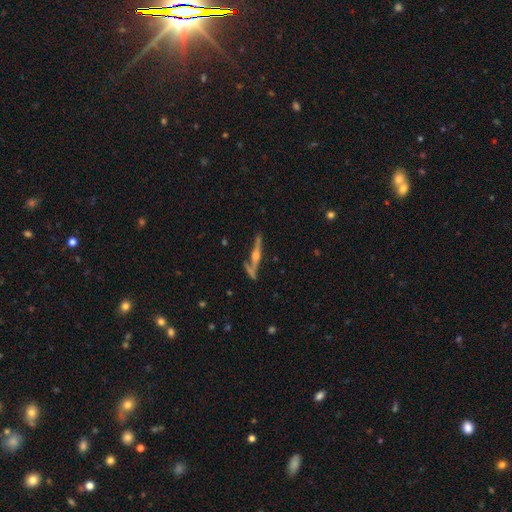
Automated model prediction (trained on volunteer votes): A featured or disk galaxy (76%) viewed edge-on (94%) with a rounded central bulge (78%).

Vote fractions:
- Smooth or featured? featured or disk: 76% / smooth: 16% / star or artifact: 7%
- Edge-on disk? yes: 94% / no: 6%
- Edge-on bulge? rounded: 78% / boxy: 13% / none: 9%
- Merging? none: 69% / minor disturbance: 16% / merger: 9% / major disturbance: 6%